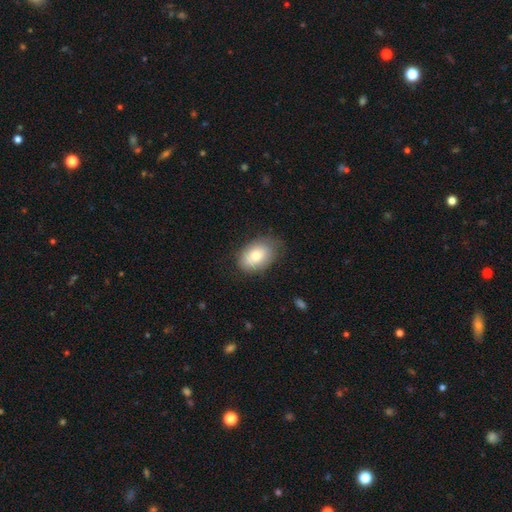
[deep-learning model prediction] This appears to be a smooth galaxy with no disk features (76%) that is in between round and cigar-shaped (87%). Merging: none (72%).